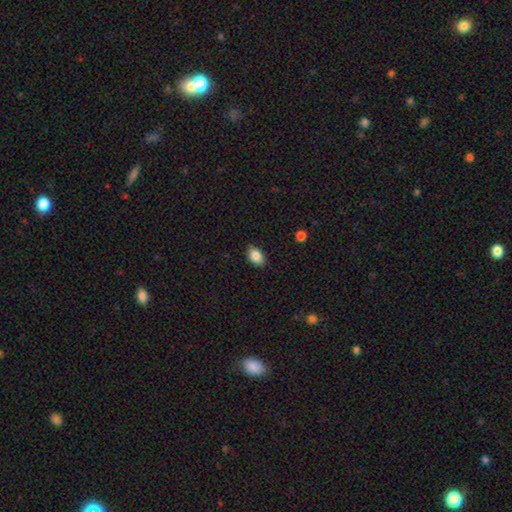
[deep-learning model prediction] smooth-or-featured: smooth: 86% | star or artifact: 8% | featured or disk: 6%
  how-rounded: in between: 87% | round: 12% | cigar-shaped: 1%
  merging: none: 85% | minor disturbance: 12% | major disturbance: 2% | merger: 1%